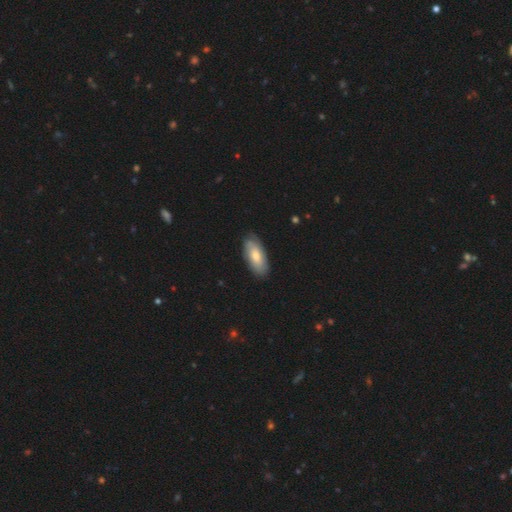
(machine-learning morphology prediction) A smooth galaxy with no disk features (62%) that is in between round and cigar-shaped (86%). Merging: none (82%).